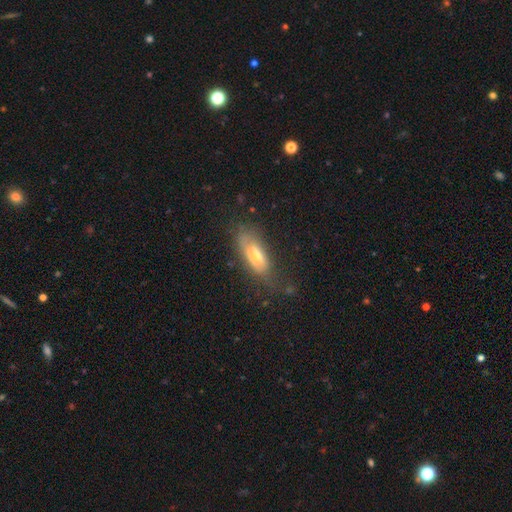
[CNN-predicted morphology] smooth 55%, featured or disk 37%, star or artifact 9%. Down the decision tree: how rounded — in between (71%); merging — none (59%).